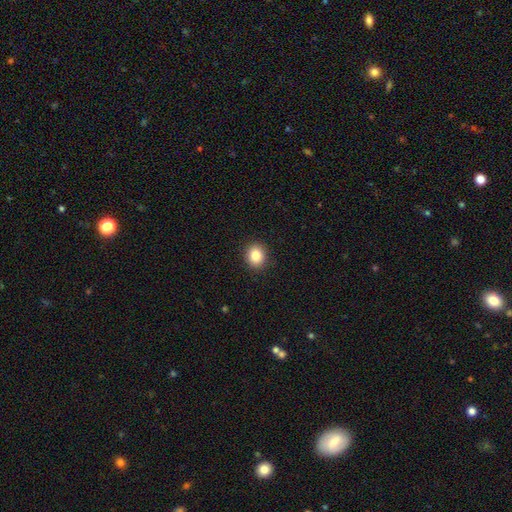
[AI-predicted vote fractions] Morphology: type=smooth (85%); roundness=round (70%); merging=none (91%).